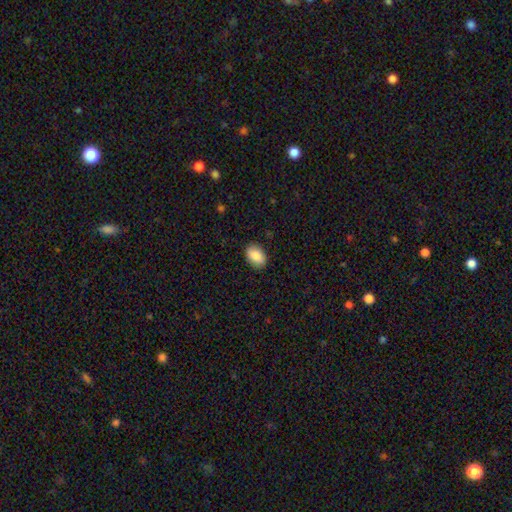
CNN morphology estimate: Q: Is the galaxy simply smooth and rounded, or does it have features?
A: smooth — 87%.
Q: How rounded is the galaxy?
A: in between — 87%.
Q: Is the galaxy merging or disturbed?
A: none — 89%.